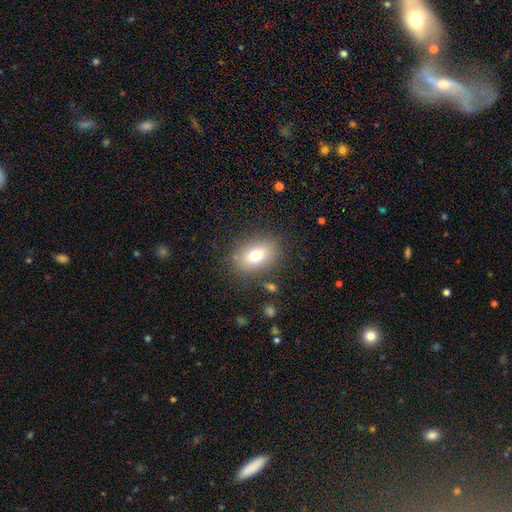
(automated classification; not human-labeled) This appears to be a smooth galaxy with no disk features (74%) that is in between round and cigar-shaped (77%). Merging: none (82%).